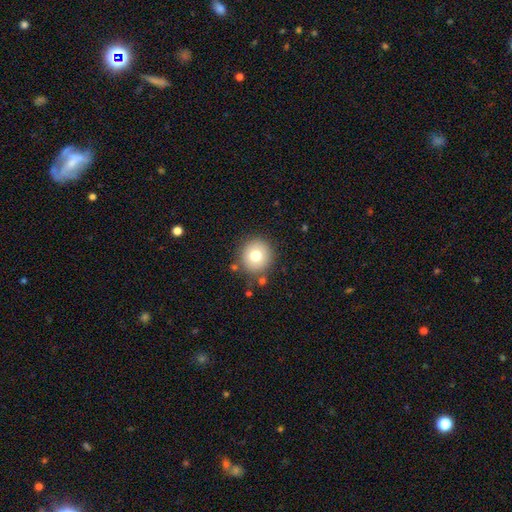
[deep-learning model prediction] Morphology: type=smooth (75%); roundness=round (93%); merging=none (85%).